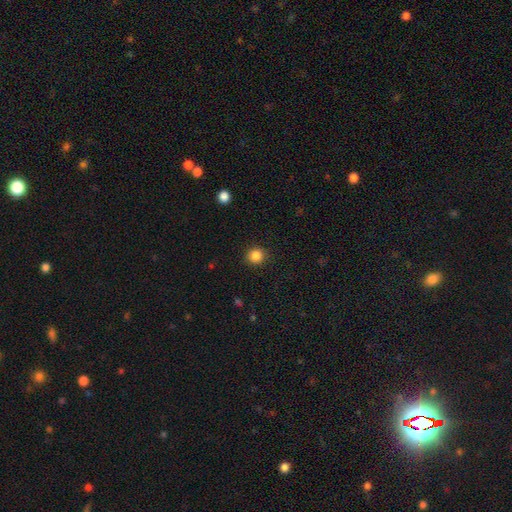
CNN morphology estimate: The model was most divided on "smooth or featured": smooth: 86%, star or artifact: 10%, featured or disk: 4%. More confident: merging — none (91%); how rounded — round (90%).